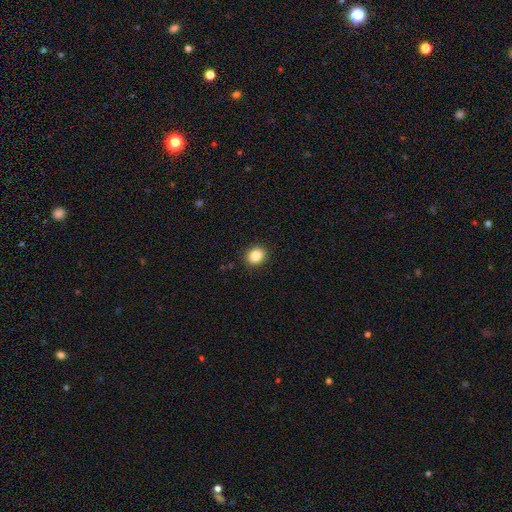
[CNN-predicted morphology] type=smooth (85%); roundness=round (57%); merging=none (91%).